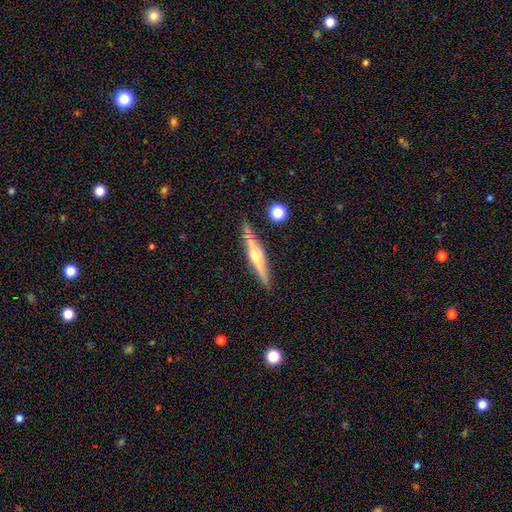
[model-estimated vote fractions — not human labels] A featured or disk galaxy (68%) viewed edge-on (97%) with a rounded central bulge (78%). Merging: none (87%).